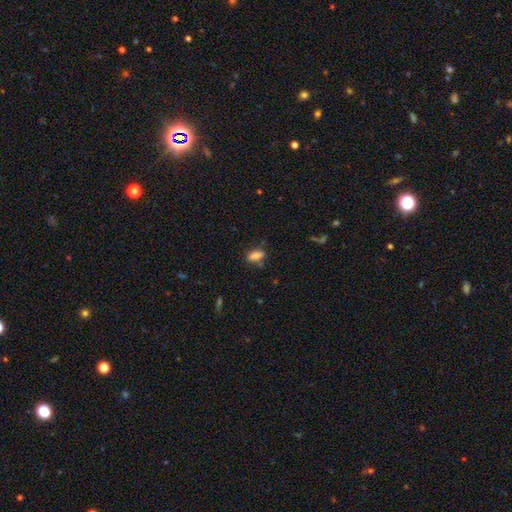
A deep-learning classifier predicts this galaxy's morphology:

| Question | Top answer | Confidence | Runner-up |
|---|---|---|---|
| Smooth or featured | smooth | 82% | star or artifact (10%) |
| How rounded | in between | 77% | cigar-shaped (16%) |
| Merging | none | 69% | minor disturbance (20%) |